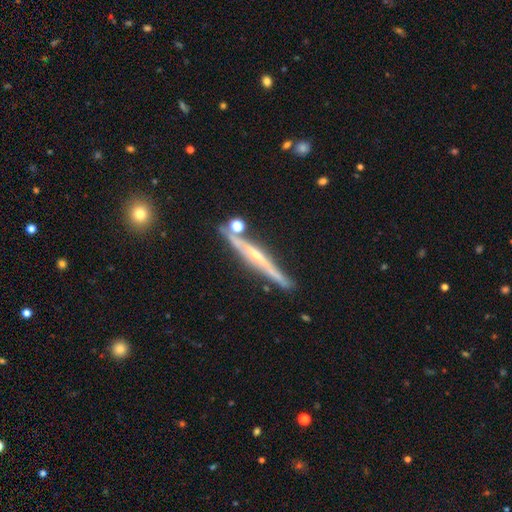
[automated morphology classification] Smooth or featured?
  - featured or disk: 76% *
  - smooth: 17%
  - star or artifact: 7%
Edge-on disk?
  - yes: 96% *
  - no: 4%
Edge-on bulge?
  - rounded: 53% *
  - none: 36%
  - boxy: 10%
Merging?
  - none: 78% *
  - minor disturbance: 12%
  - merger: 7%
  - major disturbance: 3%